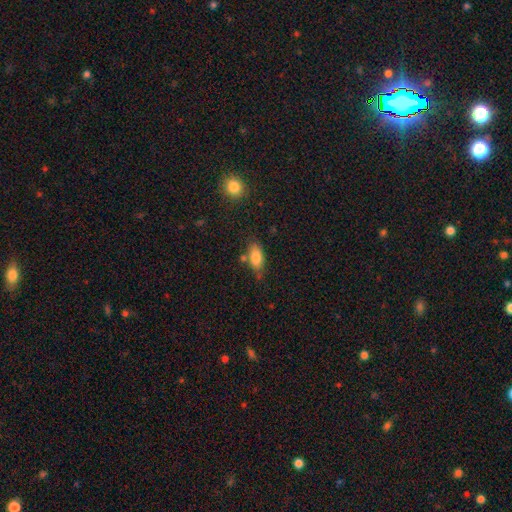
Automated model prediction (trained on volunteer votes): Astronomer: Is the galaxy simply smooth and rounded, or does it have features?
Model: smooth — 81%.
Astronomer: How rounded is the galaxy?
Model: in between — 85%.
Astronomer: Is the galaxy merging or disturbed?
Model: none — 66%.